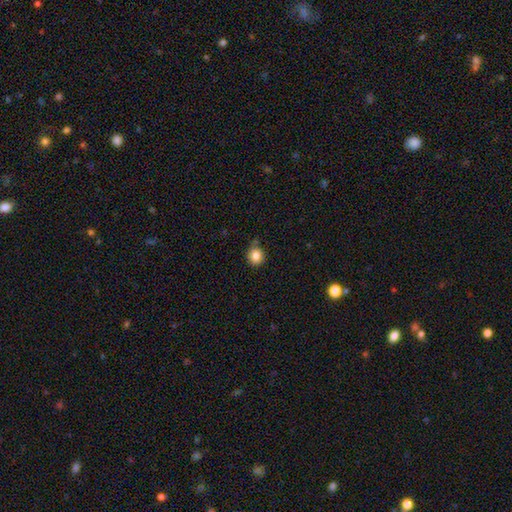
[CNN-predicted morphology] A smooth galaxy with no disk features (84%) that is round (85%).

Vote fractions:
- Smooth or featured? smooth: 84% / star or artifact: 10% / featured or disk: 6%
- How rounded? round: 85% / in between: 14% / cigar-shaped: 1%
- Merging? none: 73% / minor disturbance: 20% / merger: 4% / major disturbance: 4%